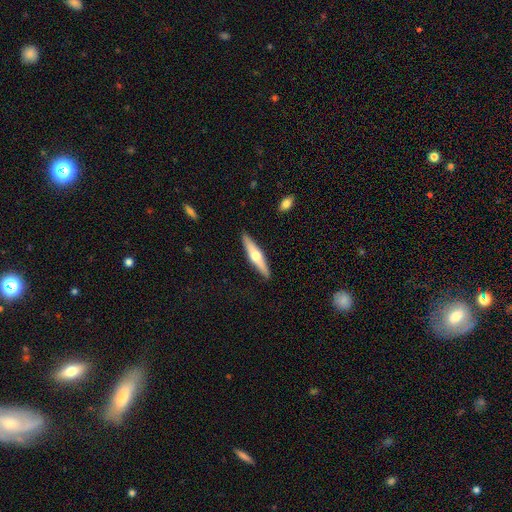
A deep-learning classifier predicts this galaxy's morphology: type=featured or disk (59%); edge-on=yes (96%); edge-on bulge=rounded (93%); merging=none (91%).